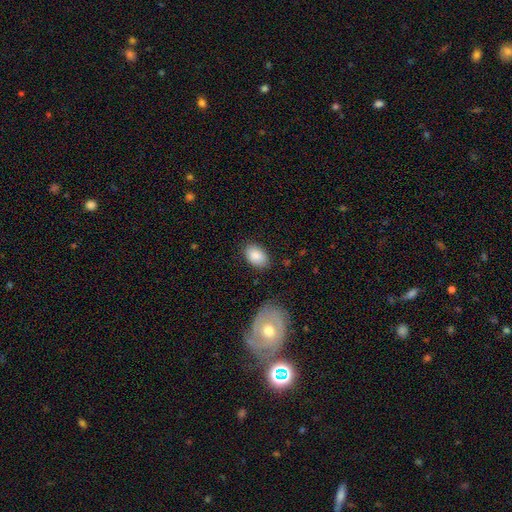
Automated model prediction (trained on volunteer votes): Smooth or featured?
  - smooth: 86% *
  - featured or disk: 7%
  - star or artifact: 7%
How rounded?
  - in between: 88% *
  - round: 11%
  - cigar-shaped: 1%
Merging?
  - none: 82% *
  - minor disturbance: 12%
  - major disturbance: 3%
  - merger: 2%